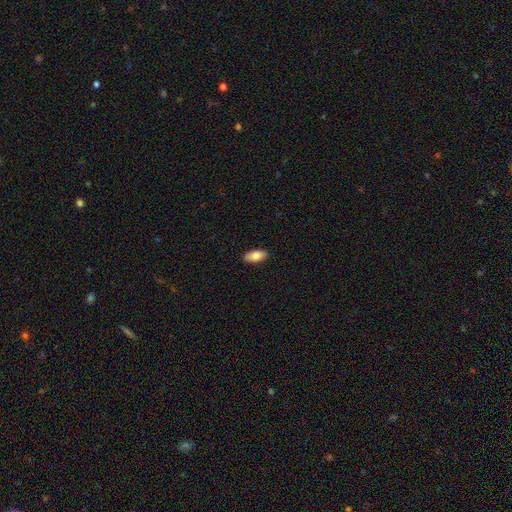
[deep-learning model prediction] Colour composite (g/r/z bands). It shows a smooth galaxy with no disk features (83%) that is in between round and cigar-shaped (91%). Merging: none (90%).